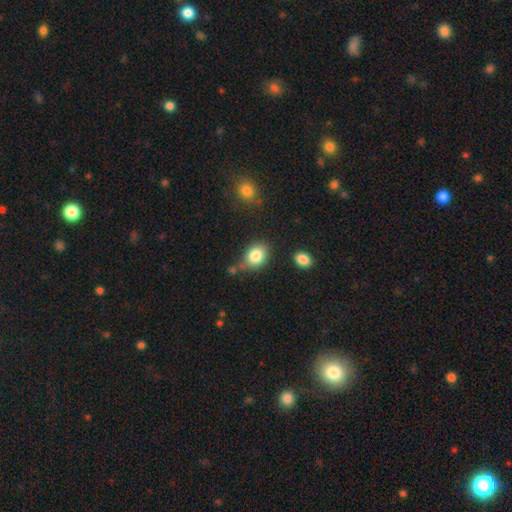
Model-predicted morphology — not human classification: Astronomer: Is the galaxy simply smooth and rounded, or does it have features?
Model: smooth — 84%.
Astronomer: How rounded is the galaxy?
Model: in between — 56% (runner-up: round, 43%).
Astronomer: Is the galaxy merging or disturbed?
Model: none — 67%.